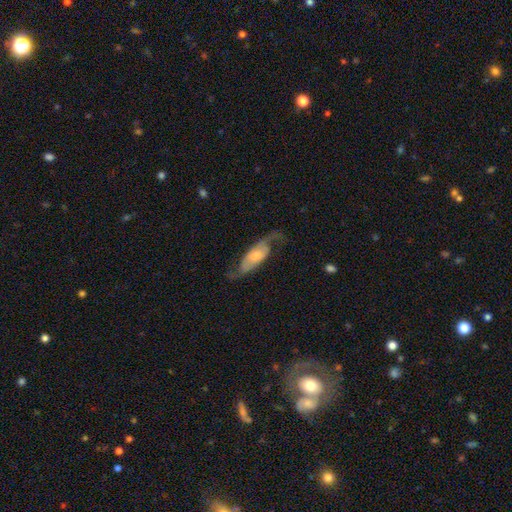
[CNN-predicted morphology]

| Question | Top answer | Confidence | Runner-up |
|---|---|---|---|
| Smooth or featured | featured or disk | 67% | smooth (27%) |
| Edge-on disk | no | 84% | yes (16%) |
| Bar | no | 61% | weak (29%) |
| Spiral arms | yes | 88% | no (12%) |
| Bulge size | small | 38% | moderate (37%) |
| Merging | none | 56% | minor disturbance (22%) |